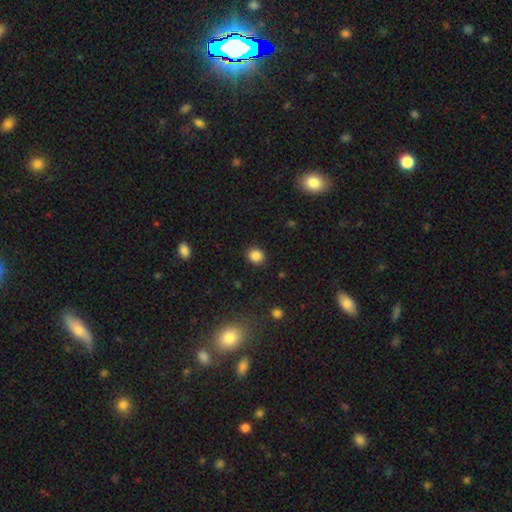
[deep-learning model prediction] Smooth or featured: smooth — 86% (star or artifact — 11%)
How rounded: round — 76% (in between — 23%)
Merging: none — 90% (minor disturbance — 6%)